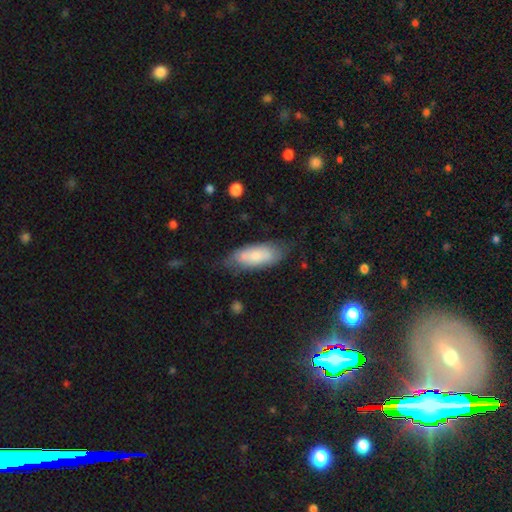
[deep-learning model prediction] Overall: smooth (72%). How rounded: in between (76%). Merging: none (63%; minor disturbance 26%).